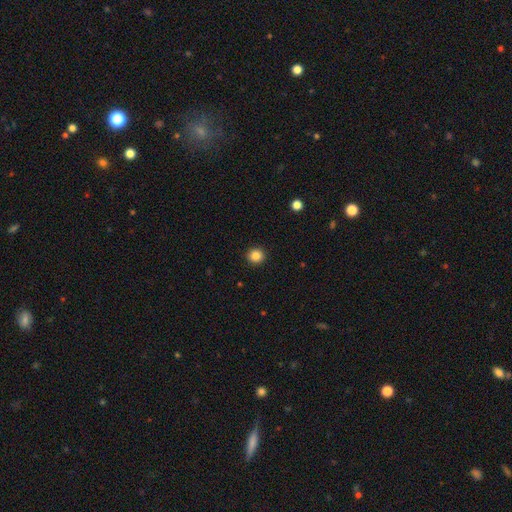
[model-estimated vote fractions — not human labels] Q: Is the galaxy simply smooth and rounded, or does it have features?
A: smooth — 86%.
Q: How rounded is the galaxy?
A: round — 92%.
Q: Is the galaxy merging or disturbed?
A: none — 93%.